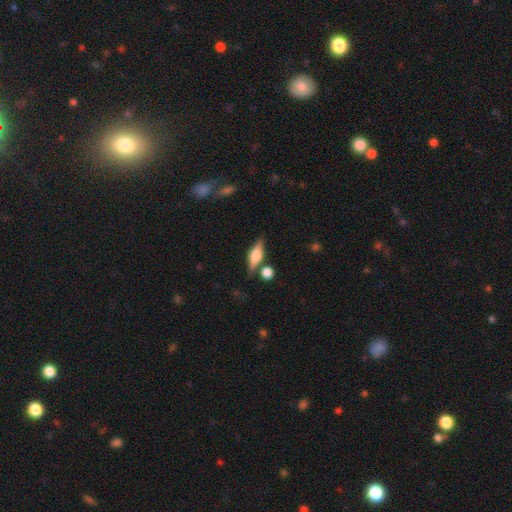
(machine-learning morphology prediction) Q: Smooth or featured?
A: featured or disk (58%); runner-up: smooth (34%)
Q: Edge-on disk?
A: yes (95%); runner-up: no (5%)
Q: Edge-on bulge?
A: rounded (85%); runner-up: boxy (13%)
Q: Merging?
A: none (76%); runner-up: minor disturbance (12%)